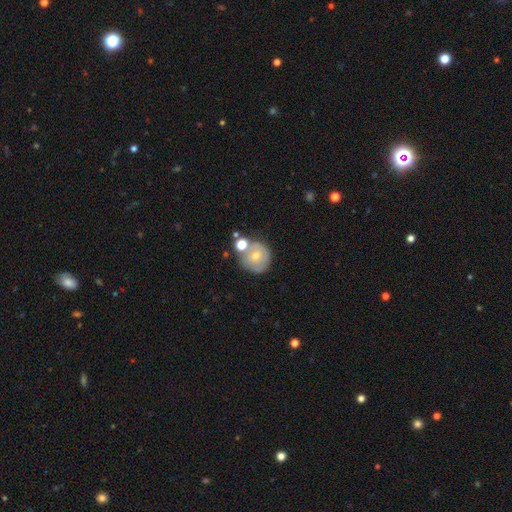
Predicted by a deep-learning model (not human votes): The model was most divided on "merging": none: 54%, merger: 24%, minor disturbance: 15%, major disturbance: 6%. More confident: how rounded — round (89%); smooth or featured — smooth (61%).